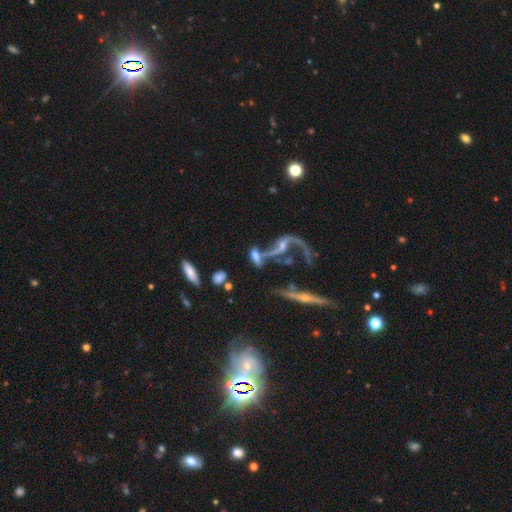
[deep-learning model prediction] smooth-or-featured: featured or disk: 51% | smooth: 38% | star or artifact: 11%
  disk-edge-on: no: 80% | yes: 20%
  merging: merger: 41% | none: 30% | major disturbance: 16% | minor disturbance: 13%